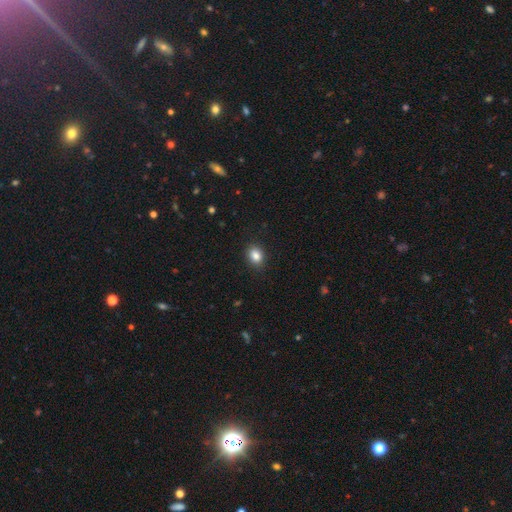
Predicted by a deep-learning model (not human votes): smooth 86%, star or artifact 10%, featured or disk 5%. Down the decision tree: how rounded — in between (59%); merging — none (89%).